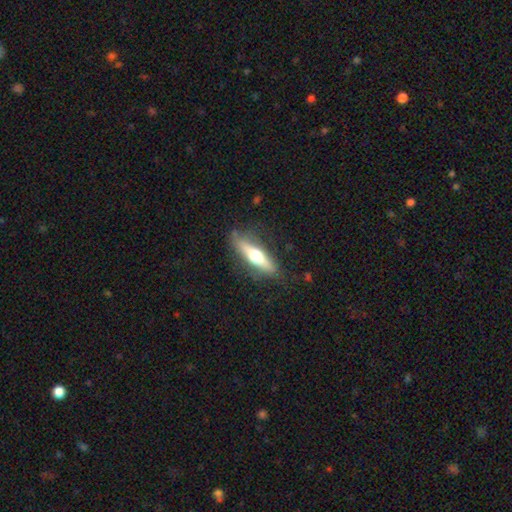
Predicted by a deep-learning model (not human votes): Q: Smooth or featured?
A: featured or disk (51%); runner-up: smooth (43%)
Q: Edge-on disk?
A: yes (86%); runner-up: no (14%)
Q: Merging?
A: none (81%); runner-up: minor disturbance (13%)